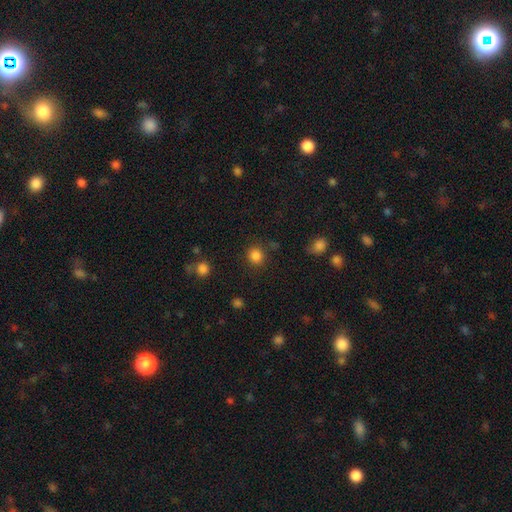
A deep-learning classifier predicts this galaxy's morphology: A smooth galaxy with no disk features (84%) that is round (86%). Merging: none (84%).